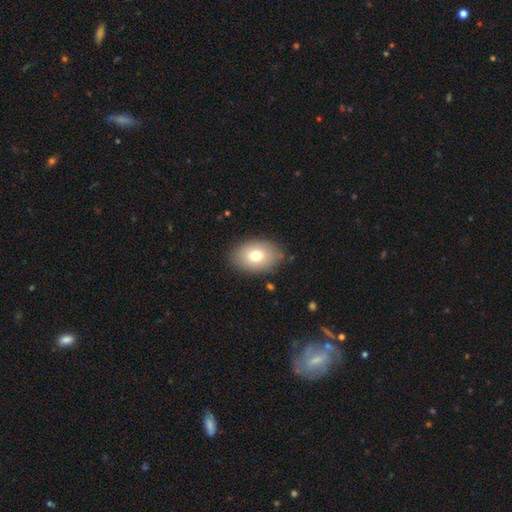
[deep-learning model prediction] smooth 75%, featured or disk 16%, star or artifact 9%. Down the decision tree: how rounded — in between (82%); merging — none (84%).